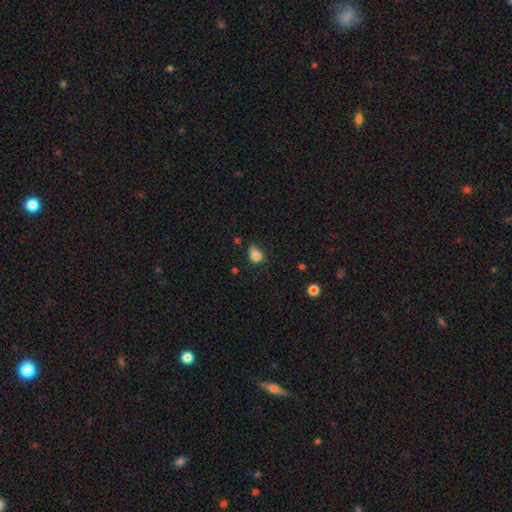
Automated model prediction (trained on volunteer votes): A smooth galaxy with no disk features (79%) that is in between round and cigar-shaped (71%).

Vote fractions:
- Smooth or featured? smooth: 79% / star or artifact: 12% / featured or disk: 9%
- How rounded? in between: 71% / round: 27% / cigar-shaped: 2%
- Merging? minor disturbance: 38% / none: 34% / major disturbance: 18% / merger: 9%